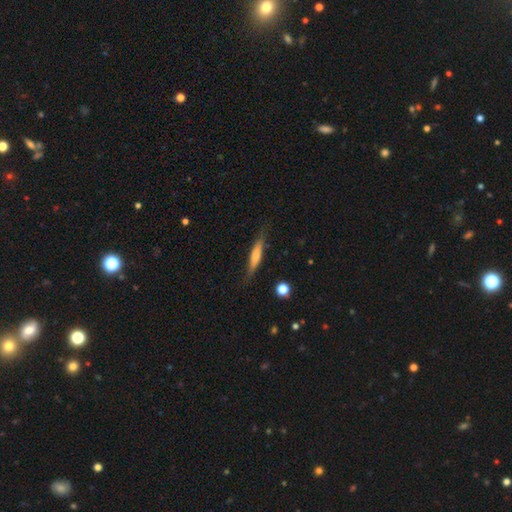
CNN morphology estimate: Q: Smooth or featured?
A: smooth (55%); runner-up: featured or disk (38%)
Q: How rounded?
A: cigar-shaped (84%); runner-up: in between (14%)
Q: Merging?
A: none (78%); runner-up: minor disturbance (16%)